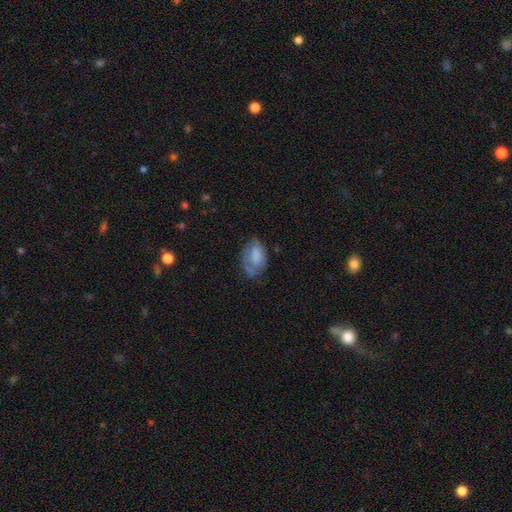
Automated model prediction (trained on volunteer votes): A smooth galaxy with no disk features (63%) that is in between round and cigar-shaped (88%).

Vote fractions:
- Smooth or featured? smooth: 63% / featured or disk: 29% / star or artifact: 8%
- How rounded? in between: 88% / round: 10% / cigar-shaped: 2%
- Merging? none: 46% / minor disturbance: 32% / major disturbance: 18% / merger: 3%